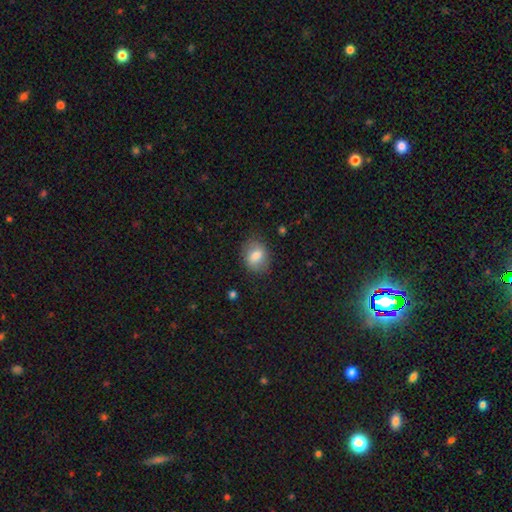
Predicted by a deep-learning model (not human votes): Q: Smooth or featured?
A: smooth (77%); runner-up: featured or disk (15%)
Q: How rounded?
A: in between (56%); runner-up: round (43%)
Q: Merging?
A: none (77%); runner-up: minor disturbance (17%)